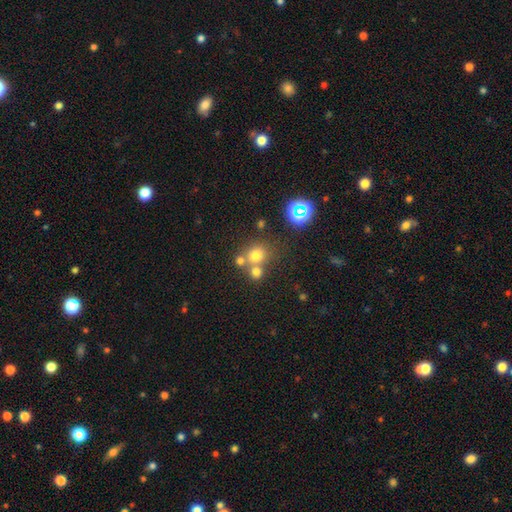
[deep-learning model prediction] A smooth galaxy with no disk features (68%) that is round (83%). Merging: none (55%).